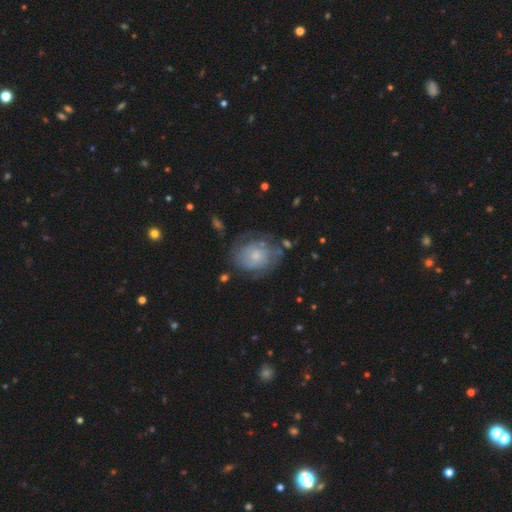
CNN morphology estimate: This appears to be a featured or disk galaxy (60%) with no bar (78%), spiral arms (77%) and a small central bulge (47%). Merging: none (61%).